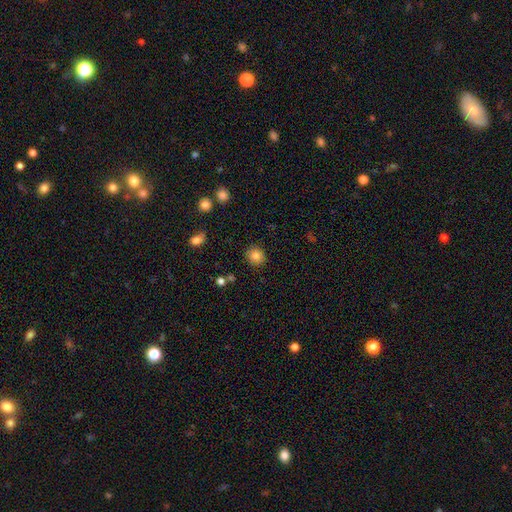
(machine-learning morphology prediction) Smooth or featured: smooth — 83% (star or artifact — 10%)
How rounded: round — 85% (in between — 14%)
Merging: none — 89% (minor disturbance — 7%)